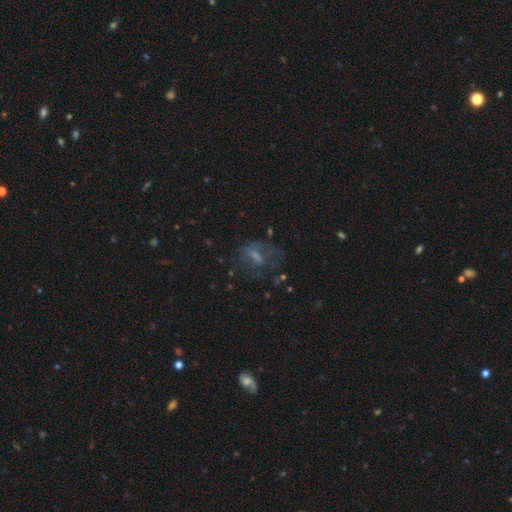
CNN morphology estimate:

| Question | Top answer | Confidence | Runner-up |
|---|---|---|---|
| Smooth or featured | featured or disk | 43% | smooth (37%) |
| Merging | none | 49% | major disturbance (28%) |